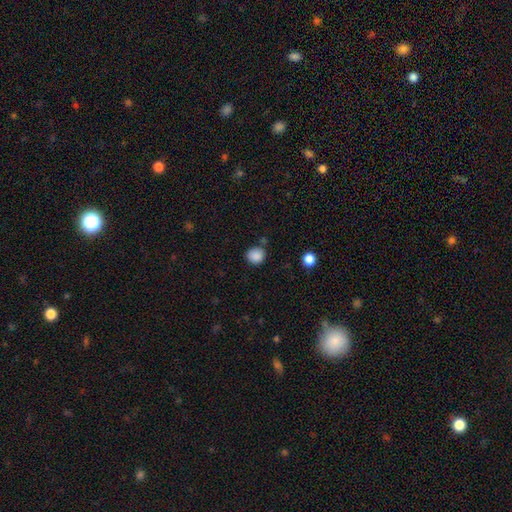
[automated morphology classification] This appears to be a smooth galaxy with no disk features (87%) that is round (86%). Merging: none (76%).